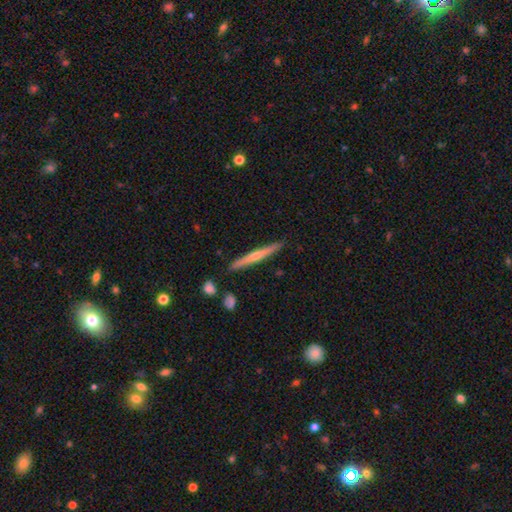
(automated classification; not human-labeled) A featured or disk galaxy (58%) viewed edge-on (97%) with a rounded central bulge (64%). Merging: none (89%).